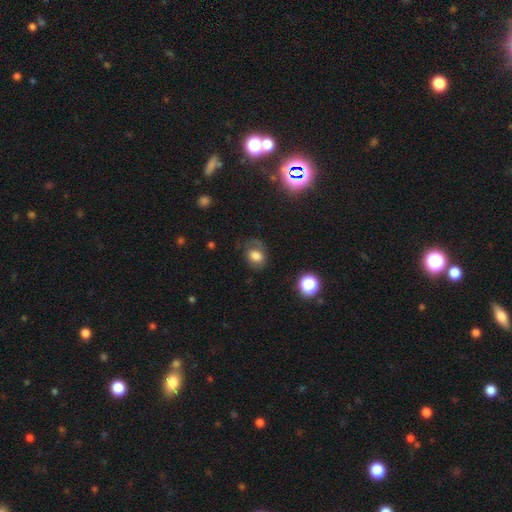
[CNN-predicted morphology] This is likely a smooth galaxy (69%). How rounded: likely in between (63%). Merging: possibly none (55%).